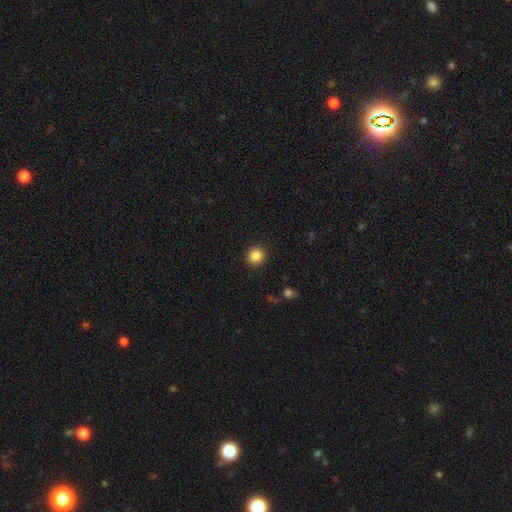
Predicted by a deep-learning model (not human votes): A smooth galaxy with no disk features (87%) that is round (91%).

Vote fractions:
- Smooth or featured? smooth: 87% / star or artifact: 10% / featured or disk: 3%
- How rounded? round: 91% / in between: 8% / cigar-shaped: 1%
- Merging? none: 91% / minor disturbance: 6% / major disturbance: 2% / merger: 1%